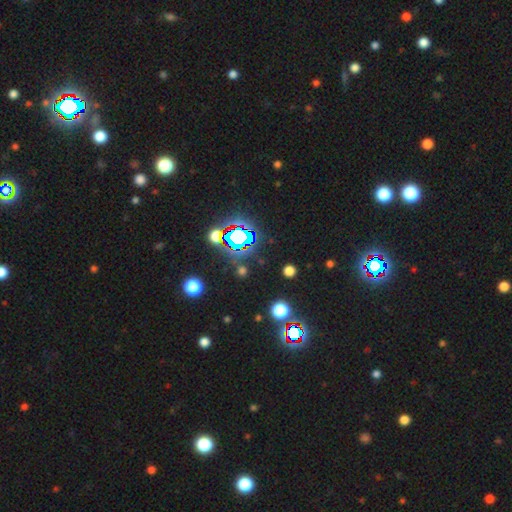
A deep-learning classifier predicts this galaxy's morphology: A star or artifact, not a galaxy (81%).